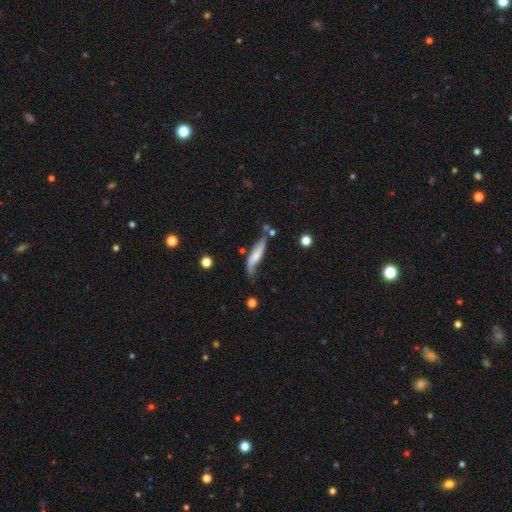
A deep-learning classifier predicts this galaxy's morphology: A featured or disk galaxy (50%). Merging: none (51%).